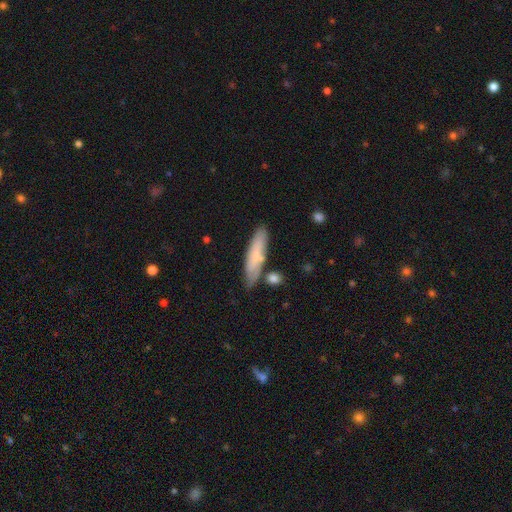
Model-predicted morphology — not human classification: Q: Smooth or featured?
A: smooth (70%); runner-up: featured or disk (23%)
Q: How rounded?
A: cigar-shaped (75%); runner-up: in between (23%)
Q: Merging?
A: none (74%); runner-up: minor disturbance (15%)